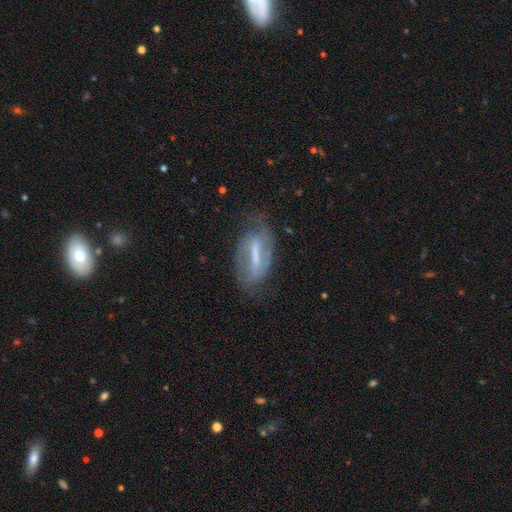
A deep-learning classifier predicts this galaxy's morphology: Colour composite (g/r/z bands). It shows a featured or disk galaxy (67%) with a strong bar (67%), spiral arms (60%) and a small central bulge (34%). Merging: none (63%).